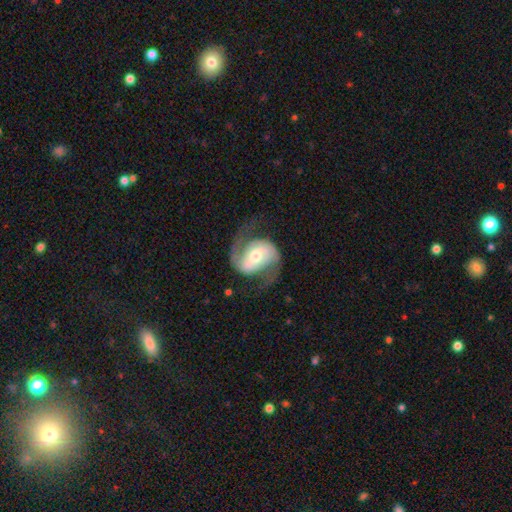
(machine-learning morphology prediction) A featured or disk galaxy (88%) with no bar (39%), 2 (92%) medium (50%) spiral arms (97%) and a moderate central bulge (61%).

Vote fractions:
- Smooth or featured? featured or disk: 88% / smooth: 8% / star or artifact: 5%
- Edge-on disk? no: 97% / yes: 3%
- Bar? no: 39% / weak: 38% / strong: 23%
- Spiral arms? yes: 97% / no: 3%
- Spiral winding? medium: 50% / loose: 32% / tight: 18%
- Spiral arm count? 2: 92% / can't tell: 3% / 1: 2% / 3: 1% / 4: 1% / more than 4: 1%
- Bulge size? moderate: 61% / small: 28% / large: 8% / none: 1% / dominant: 1%
- Merging? none: 70% / minor disturbance: 15% / major disturbance: 13% / merger: 1%